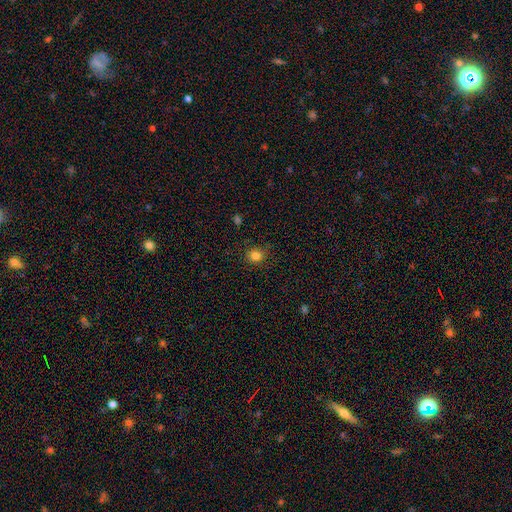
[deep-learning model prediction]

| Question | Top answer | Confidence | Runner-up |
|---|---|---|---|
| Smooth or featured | smooth | 83% | star or artifact (12%) |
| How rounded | round | 81% | in between (18%) |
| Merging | none | 87% | minor disturbance (9%) |